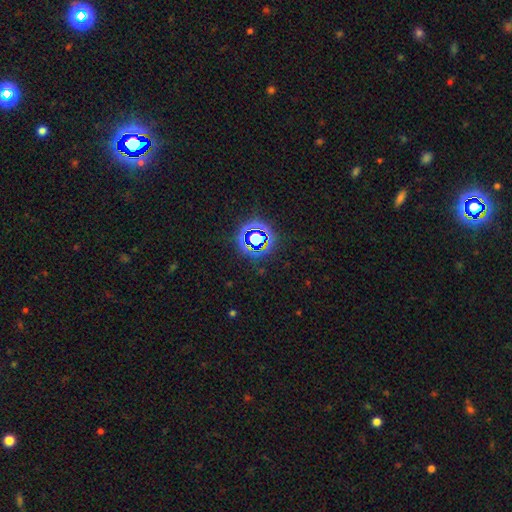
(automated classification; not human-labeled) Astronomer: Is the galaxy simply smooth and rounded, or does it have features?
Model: star or artifact — 78%.